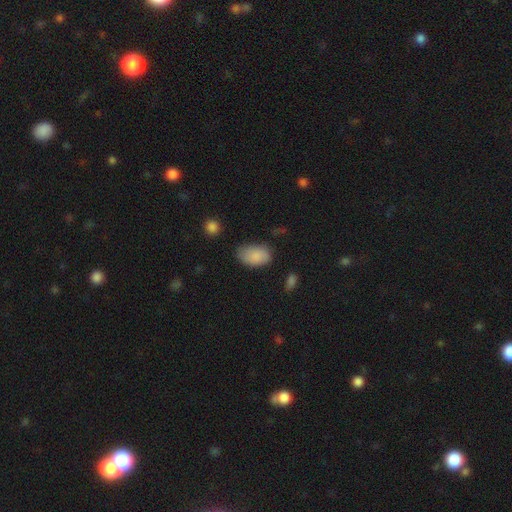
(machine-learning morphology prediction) type=smooth (86%); roundness=in between (92%); merging=none (65%).